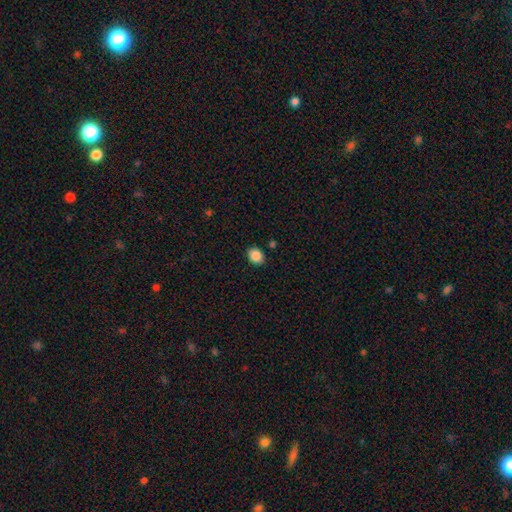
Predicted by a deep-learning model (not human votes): Q: Smooth or featured?
A: smooth (88%); runner-up: star or artifact (9%)
Q: How rounded?
A: in between (59%); runner-up: round (40%)
Q: Merging?
A: none (87%); runner-up: minor disturbance (8%)